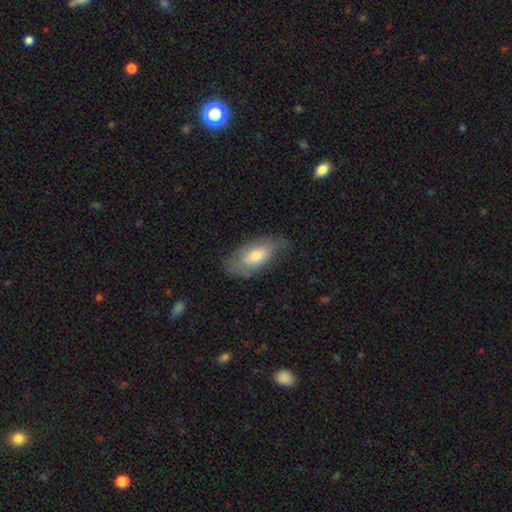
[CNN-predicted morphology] type=smooth (64%); roundness=in between (90%); merging=none (68%).